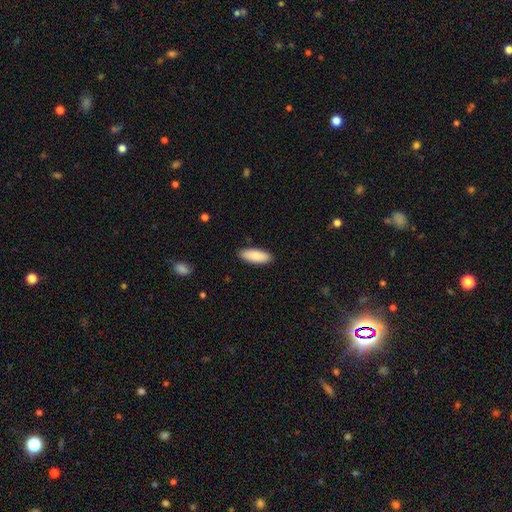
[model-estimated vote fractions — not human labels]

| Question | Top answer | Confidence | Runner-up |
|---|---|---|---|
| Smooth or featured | smooth | 88% | featured or disk (6%) |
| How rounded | in between | 71% | cigar-shaped (28%) |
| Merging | none | 90% | minor disturbance (8%) |